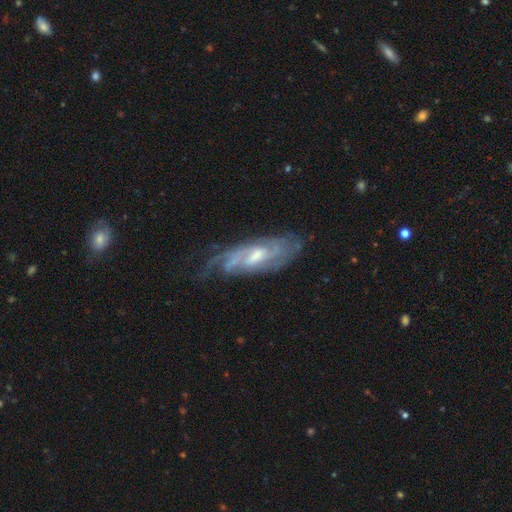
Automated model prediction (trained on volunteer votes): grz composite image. It shows a featured or disk galaxy (83%) with a weak bar (46%), tight (55%) spiral arms (94%) and a moderate central bulge (58%). Merging: none (65%).